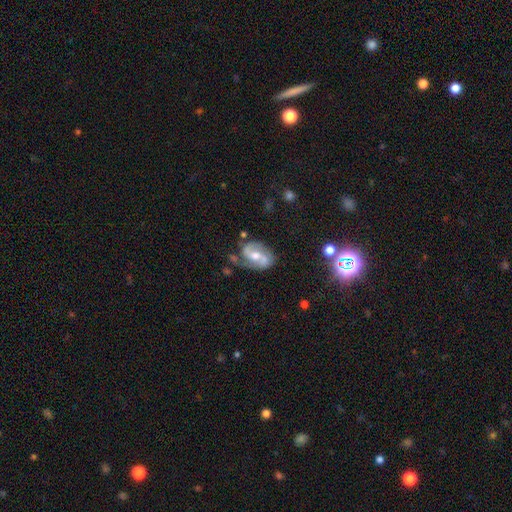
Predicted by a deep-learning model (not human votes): A featured or disk galaxy (82%) with a weak bar (43%), 2 (87%) medium (51%) spiral arms (93%) and a moderate central bulge (65%).

Vote fractions:
- Smooth or featured? featured or disk: 82% / smooth: 12% / star or artifact: 6%
- Edge-on disk? no: 97% / yes: 3%
- Bar? weak: 43% / no: 37% / strong: 20%
- Spiral arms? yes: 93% / no: 7%
- Spiral winding? medium: 51% / loose: 27% / tight: 22%
- Spiral arm count? 2: 87% / can't tell: 5% / 1: 4% / 3: 2% / 4: 1% / more than 4: 1%
- Bulge size? moderate: 65% / small: 24% / large: 8% / none: 2% / dominant: 1%
- Merging? none: 58% / minor disturbance: 24% / major disturbance: 12% / merger: 7%